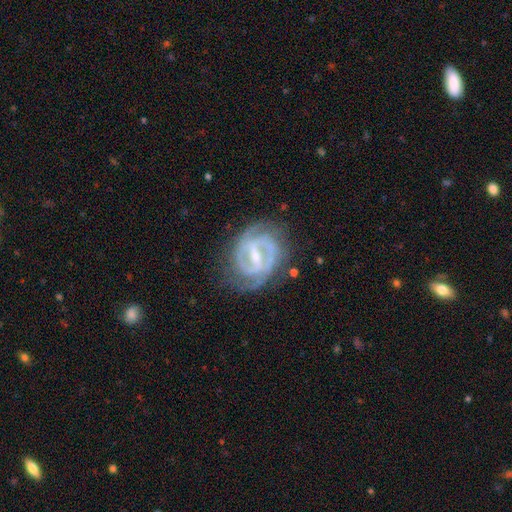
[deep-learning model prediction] smooth-or-featured: featured or disk: 90% | smooth: 5% | star or artifact: 5%
  disk-edge-on: no: 97% | yes: 3%
    bar: strong: 61% | weak: 31% | no: 7%
    has-spiral-arms: yes: 96% | no: 4%
      spiral-winding: tight: 60% | medium: 34% | loose: 6%
      spiral-arm-count: 2: 72% | 3: 11% | can't tell: 10% | 4: 3% | 1: 3% | more than 4: 2%
    bulge-size: small: 53% | moderate: 40% | none: 4% | large: 2% | dominant: 1%
  merging: none: 75% | minor disturbance: 17% | major disturbance: 7% | merger: 2%